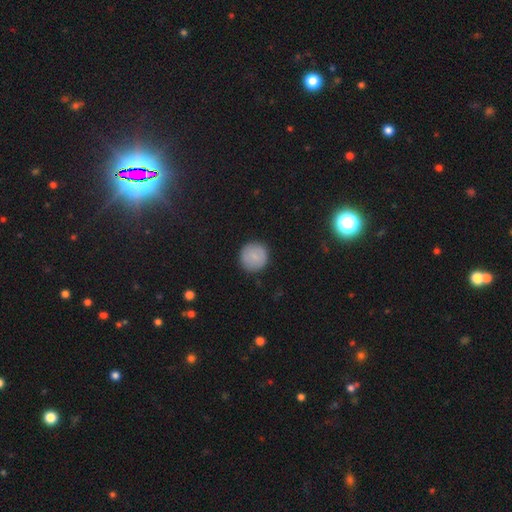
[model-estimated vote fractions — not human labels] This is clearly a smooth galaxy (84%). How rounded: clearly round (95%). Merging: clearly none (90%).